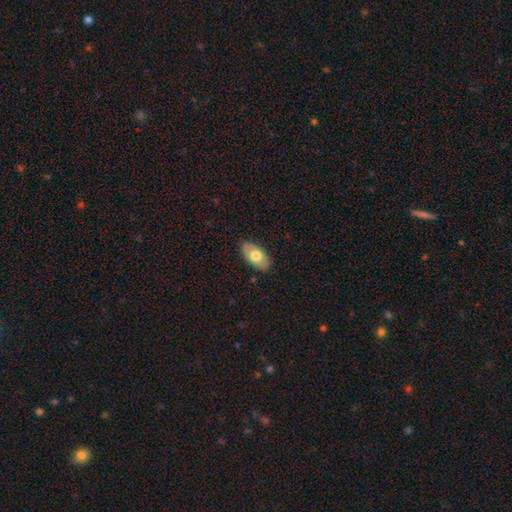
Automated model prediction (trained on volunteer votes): Smooth or featured?
  - smooth: 69% *
  - featured or disk: 25%
  - star or artifact: 6%
How rounded?
  - in between: 94% *
  - round: 3%
  - cigar-shaped: 3%
Merging?
  - none: 86% *
  - minor disturbance: 11%
  - major disturbance: 2%
  - merger: 1%